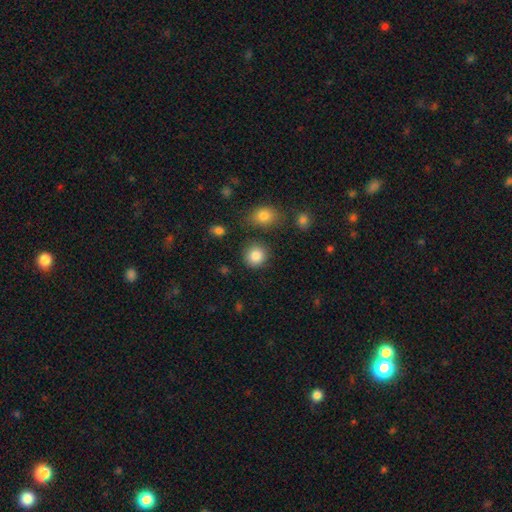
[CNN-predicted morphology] smooth_or_featured: smooth (p=0.87) [alt: star or artifact p=0.09]
how_rounded: round (p=0.90) [alt: in between p=0.09]
merging: none (p=0.85) [alt: minor disturbance p=0.08]